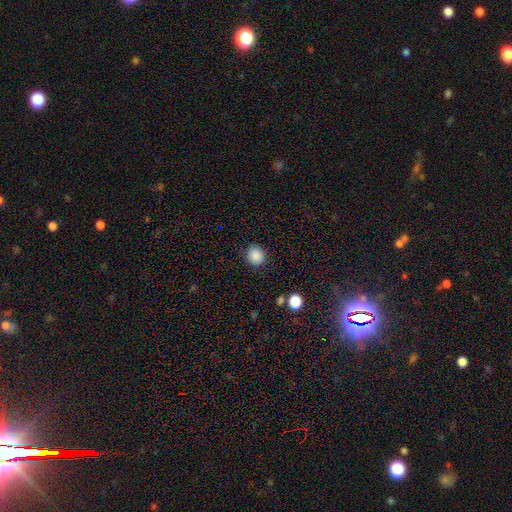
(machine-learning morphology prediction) Overall: smooth (87%). How rounded: round (86%). Merging: none (88%).